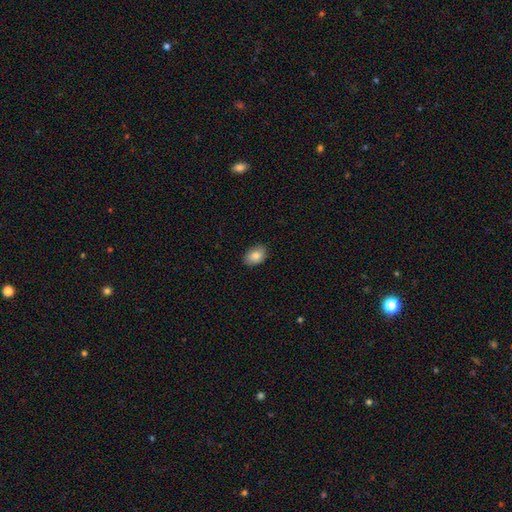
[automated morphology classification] Overall: smooth (84%). How rounded: in between (81%). Merging: none (86%).